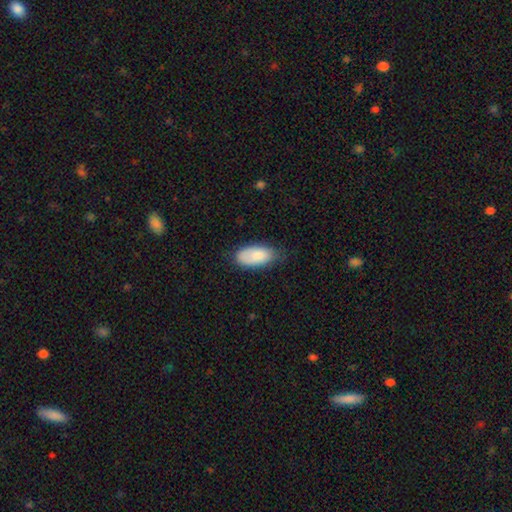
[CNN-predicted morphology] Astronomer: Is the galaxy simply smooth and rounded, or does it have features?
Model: smooth — 84%.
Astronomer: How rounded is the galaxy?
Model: in between — 93%.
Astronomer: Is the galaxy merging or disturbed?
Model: none — 64%.